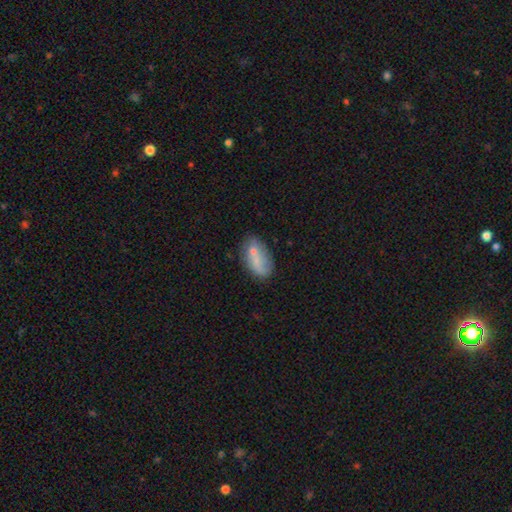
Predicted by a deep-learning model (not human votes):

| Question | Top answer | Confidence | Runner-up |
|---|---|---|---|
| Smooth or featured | smooth | 60% | featured or disk (30%) |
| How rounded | in between | 88% | round (6%) |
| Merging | none | 63% | minor disturbance (22%) |